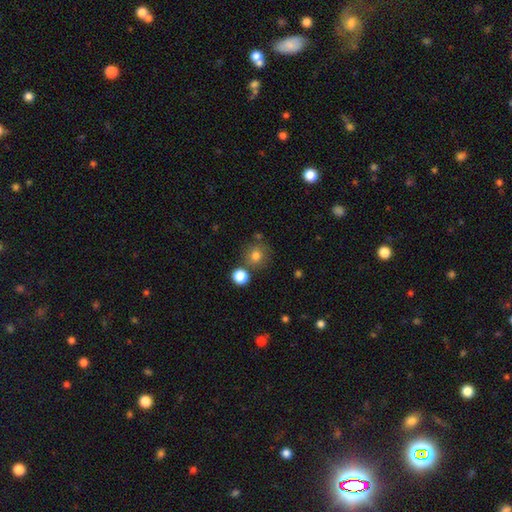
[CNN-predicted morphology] A smooth galaxy with no disk features (79%) that is round (90%). Merging: none (74%).